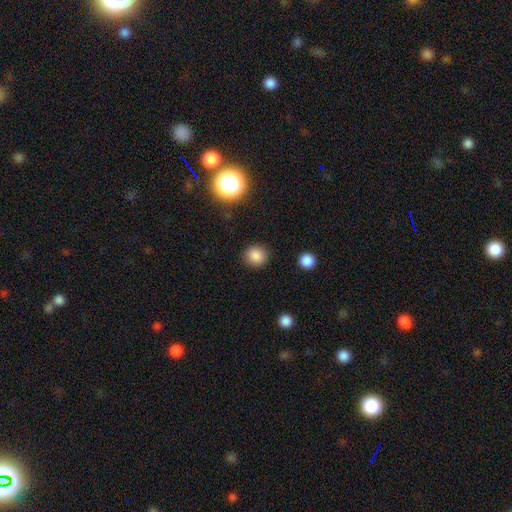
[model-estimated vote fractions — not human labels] Morphology: type=smooth (84%); roundness=round (87%); merging=none (89%).